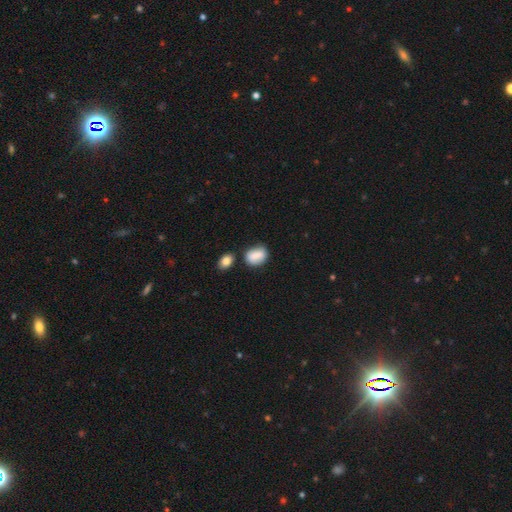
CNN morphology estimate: smooth 82%, featured or disk 10%, star or artifact 8%. Down the decision tree: how rounded — in between (69%); merging — none (65%).